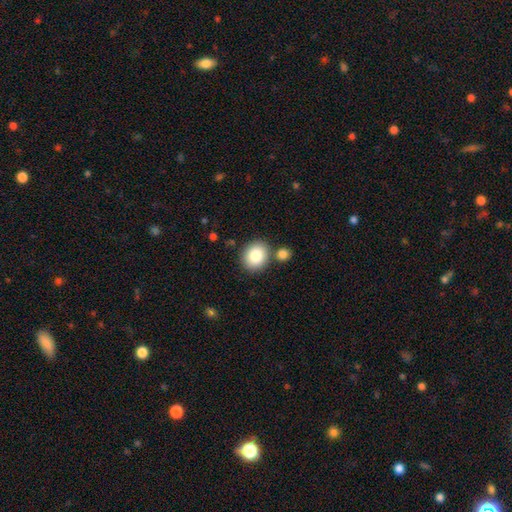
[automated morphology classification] smooth_or_featured: smooth (p=0.84) [alt: featured or disk p=0.08]
how_rounded: round (p=0.69) [alt: in between p=0.30]
merging: none (p=0.75) [alt: merger p=0.13]